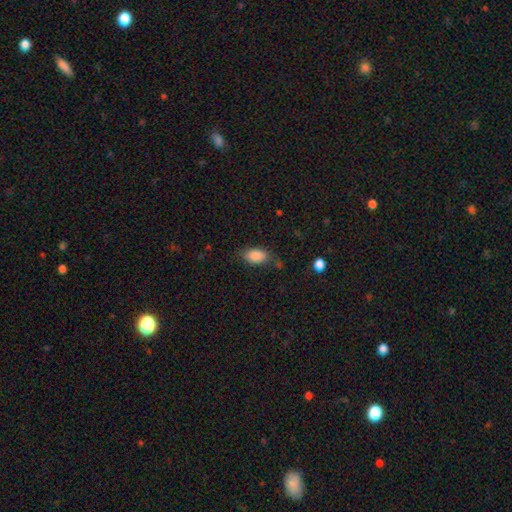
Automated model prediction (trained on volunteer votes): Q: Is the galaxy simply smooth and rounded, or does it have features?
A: smooth — 86%.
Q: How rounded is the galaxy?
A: in between — 91%.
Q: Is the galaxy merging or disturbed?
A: none — 69%.